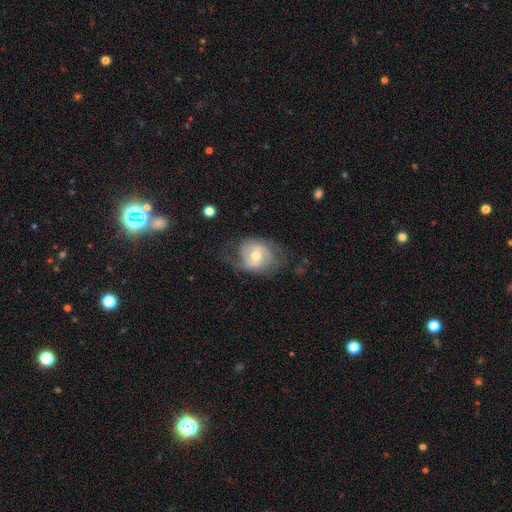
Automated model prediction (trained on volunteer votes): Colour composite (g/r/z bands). It shows a featured or disk galaxy (70%) with no bar (47%), 2 (70%) medium (43%) spiral arms (84%) and a moderate central bulge (62%). Merging: none (56%).